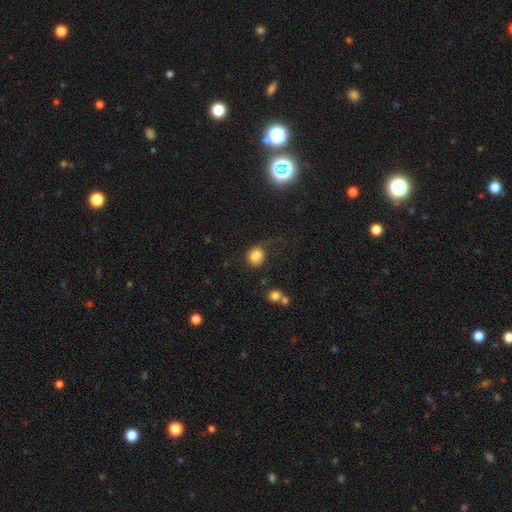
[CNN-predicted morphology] This is clearly a smooth galaxy (80%). How rounded: possibly round (57%). Merging: marginally none (41%).